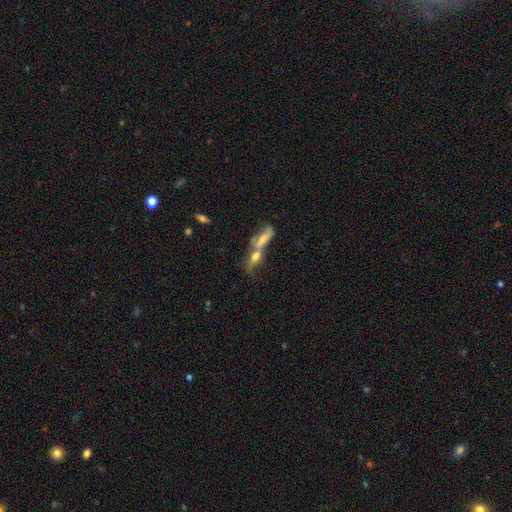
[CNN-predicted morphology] The model was most divided on "smooth or featured": smooth: 43%, featured or disk: 41%, star or artifact: 15%. More confident: merging — merger (56%).